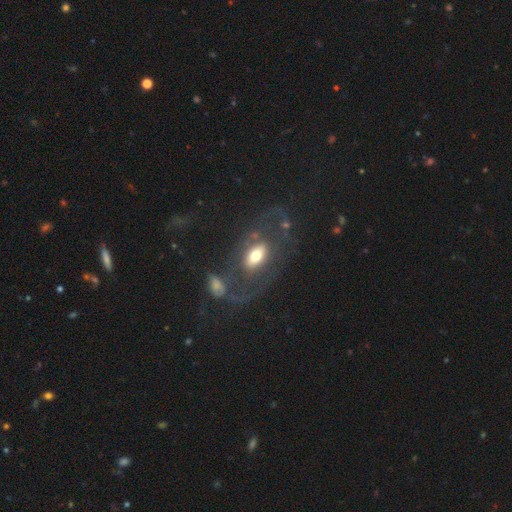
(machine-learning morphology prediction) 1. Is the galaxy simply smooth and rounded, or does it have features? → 55% featured or disk, 36% smooth, 8% star or artifact.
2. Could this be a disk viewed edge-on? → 91% no, 9% yes.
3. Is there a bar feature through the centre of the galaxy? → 62% no, 23% weak, 15% strong.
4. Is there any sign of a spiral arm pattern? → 54% yes, 46% no.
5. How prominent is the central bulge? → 53% moderate, 28% large, 13% small, 4% dominant, 2% none.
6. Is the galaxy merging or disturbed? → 48% none, 27% major disturbance, 15% minor disturbance, 10% merger.